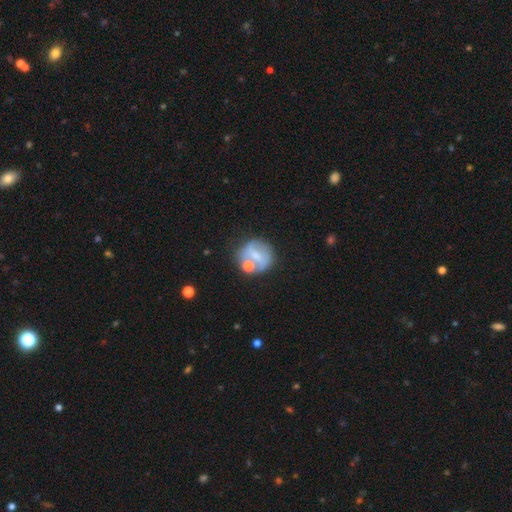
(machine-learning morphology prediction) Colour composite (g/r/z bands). It shows a smooth galaxy with no disk features (47%). Merging: none (54%).